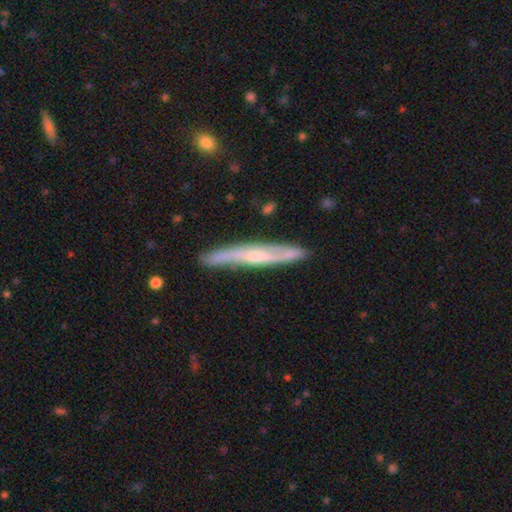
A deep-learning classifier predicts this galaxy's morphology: Overall: featured or disk (69%). Edge-on disk: yes (75%). Edge-on bulge: rounded (58%; none 36%). Merging: none (81%).